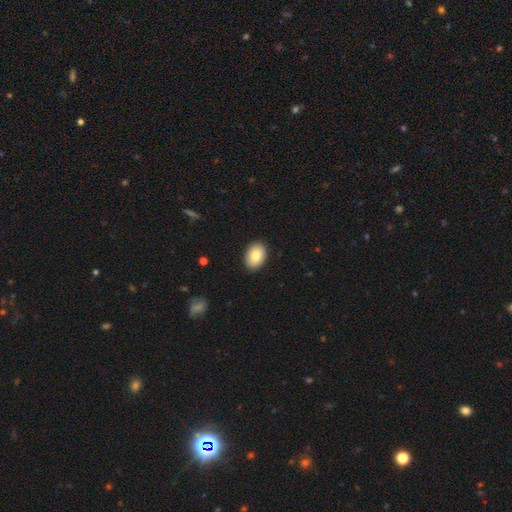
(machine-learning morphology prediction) The model was most divided on "how rounded": in between: 86%, round: 13%, cigar-shaped: 1%. More confident: merging — none (89%); smooth or featured — smooth (84%).